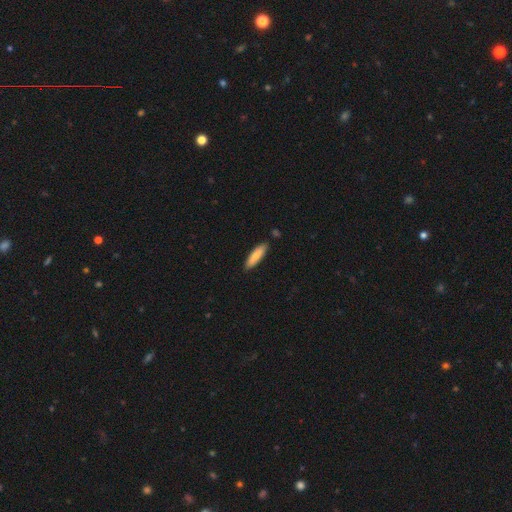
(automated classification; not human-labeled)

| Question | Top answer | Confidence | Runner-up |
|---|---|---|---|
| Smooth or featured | smooth | 82% | featured or disk (12%) |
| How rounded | cigar-shaped | 73% | in between (26%) |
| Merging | none | 86% | minor disturbance (10%) |